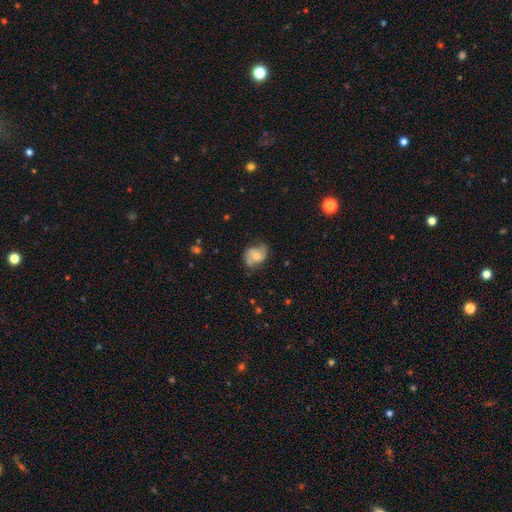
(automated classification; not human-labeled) The model was most divided on "bulge size": moderate: 50%, small: 38%, none: 6%, large: 5%, dominant: 1%. More confident: edge-on disk — no (97%); spiral arms — yes (85%); bar — no (67%); merging — none (60%); smooth or featured — featured or disk (57%).